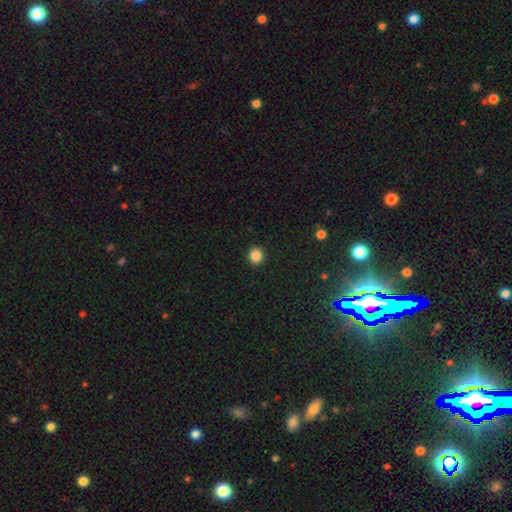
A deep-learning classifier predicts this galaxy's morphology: A smooth galaxy with no disk features (87%) that is round (83%). Merging: none (93%).